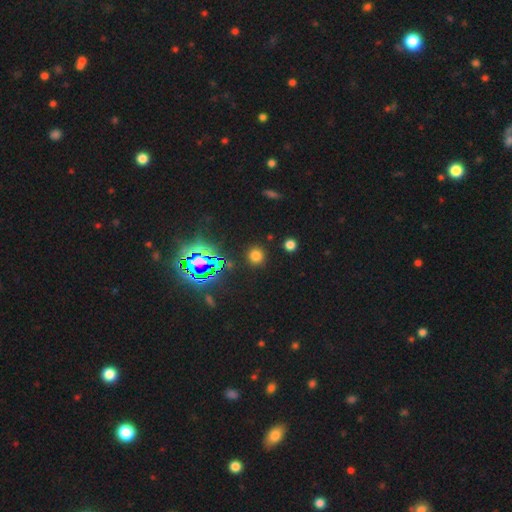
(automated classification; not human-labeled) Q: Smooth or featured?
A: smooth (66%); runner-up: star or artifact (28%)
Q: How rounded?
A: round (91%); runner-up: in between (8%)
Q: Merging?
A: none (89%); runner-up: minor disturbance (6%)